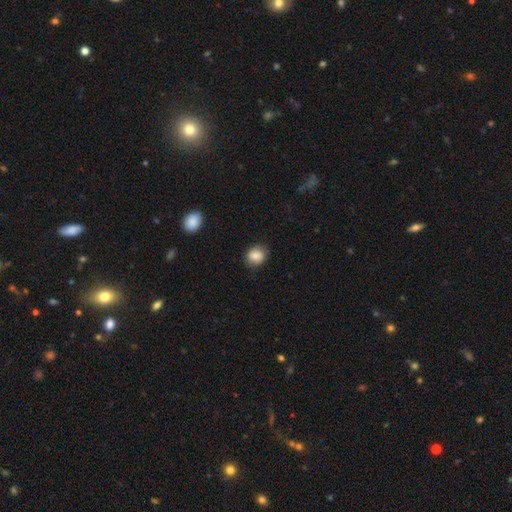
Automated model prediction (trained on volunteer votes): Q: Smooth or featured?
A: smooth (86%); runner-up: star or artifact (8%)
Q: How rounded?
A: round (62%); runner-up: in between (37%)
Q: Merging?
A: none (82%); runner-up: minor disturbance (14%)